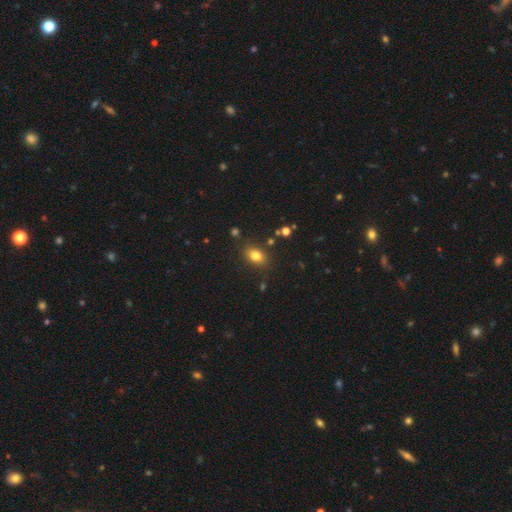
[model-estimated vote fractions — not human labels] The model was most divided on "how rounded": in between: 81%, round: 16%, cigar-shaped: 2%. More confident: merging — none (82%); smooth or featured — smooth (80%).